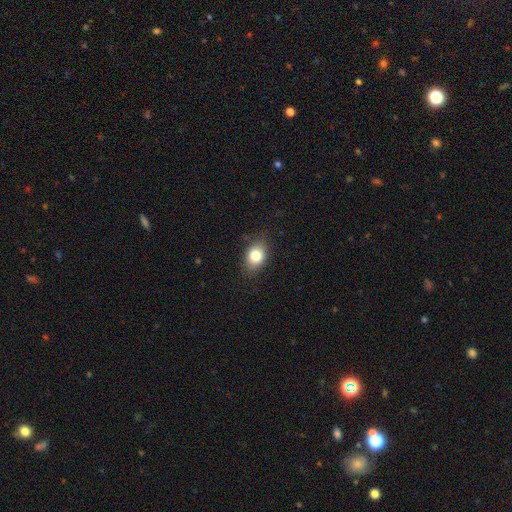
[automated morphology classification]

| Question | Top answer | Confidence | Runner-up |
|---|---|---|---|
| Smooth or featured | smooth | 80% | featured or disk (10%) |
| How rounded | in between | 74% | round (25%) |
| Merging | none | 81% | minor disturbance (15%) |